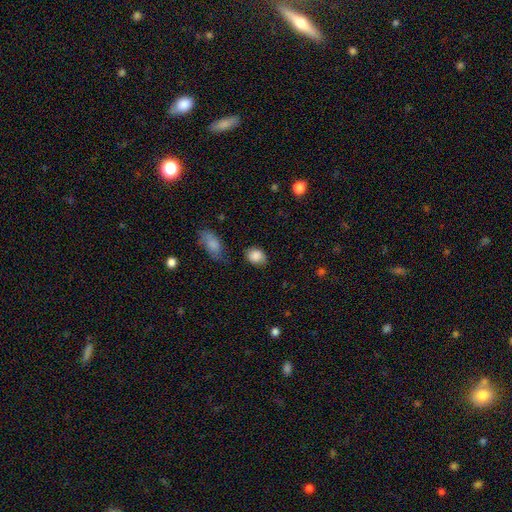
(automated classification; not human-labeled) A smooth galaxy with no disk features (87%) that is in between round and cigar-shaped (55%).

Vote fractions:
- Smooth or featured? smooth: 87% / star or artifact: 8% / featured or disk: 5%
- How rounded? in between: 55% / round: 44% / cigar-shaped: 1%
- Merging? none: 70% / minor disturbance: 20% / major disturbance: 5% / merger: 4%